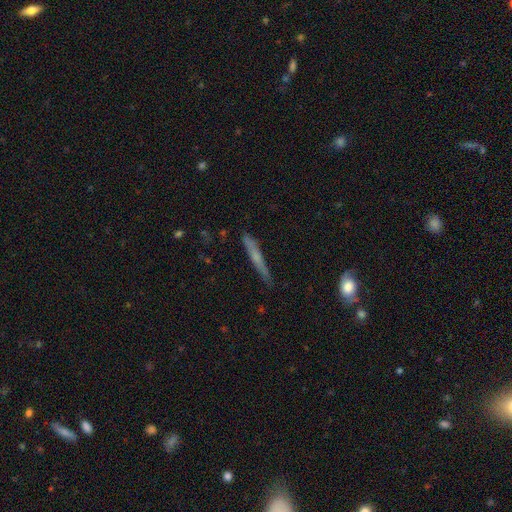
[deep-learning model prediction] A featured or disk galaxy (47%).

Vote fractions:
- Smooth or featured? featured or disk: 47% / smooth: 45% / star or artifact: 7%
- Merging? none: 79% / minor disturbance: 16% / major disturbance: 3% / merger: 2%